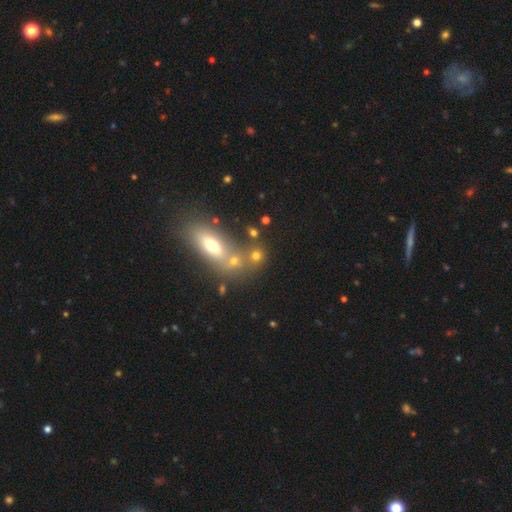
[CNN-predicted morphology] Q: Smooth or featured?
A: smooth (64%); runner-up: star or artifact (19%)
Q: How rounded?
A: round (58%); runner-up: in between (34%)
Q: Merging?
A: none (51%); runner-up: merger (35%)